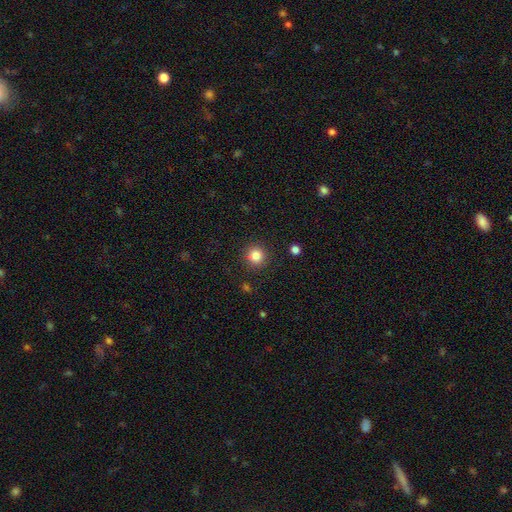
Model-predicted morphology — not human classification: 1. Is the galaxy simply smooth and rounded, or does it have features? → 84% smooth, 11% star or artifact, 5% featured or disk.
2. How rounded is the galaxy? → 94% round, 5% in between, 1% cigar-shaped.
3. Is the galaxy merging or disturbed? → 91% none, 6% minor disturbance, 2% major disturbance, 1% merger.